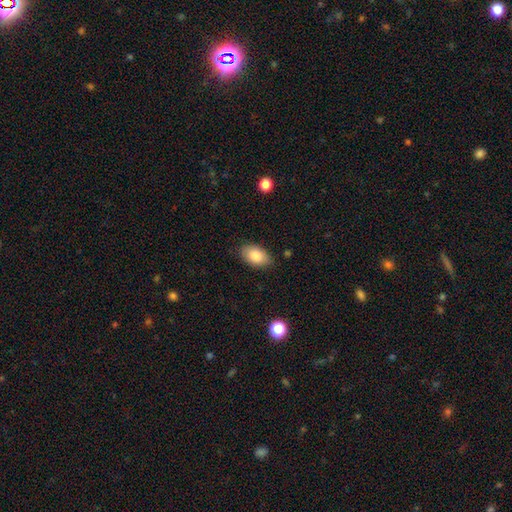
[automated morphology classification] Smooth or featured? smooth (86%)
How rounded? in between (92%)
Merging? none (82%)